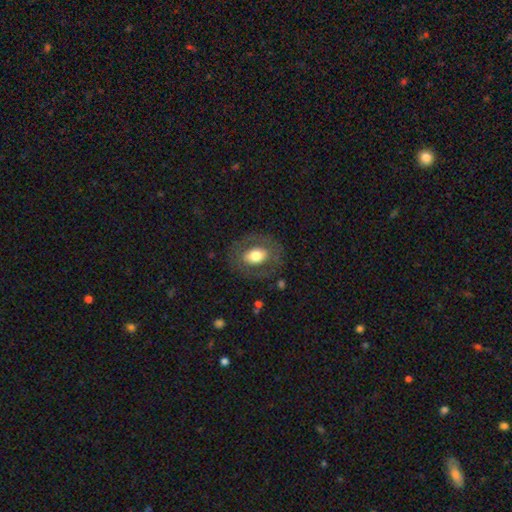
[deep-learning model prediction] Smooth or featured?
  - smooth: 60% *
  - featured or disk: 33%
  - star or artifact: 7%
How rounded?
  - in between: 66% *
  - round: 33%
  - cigar-shaped: 1%
Merging?
  - none: 77% *
  - minor disturbance: 13%
  - major disturbance: 9%
  - merger: 1%